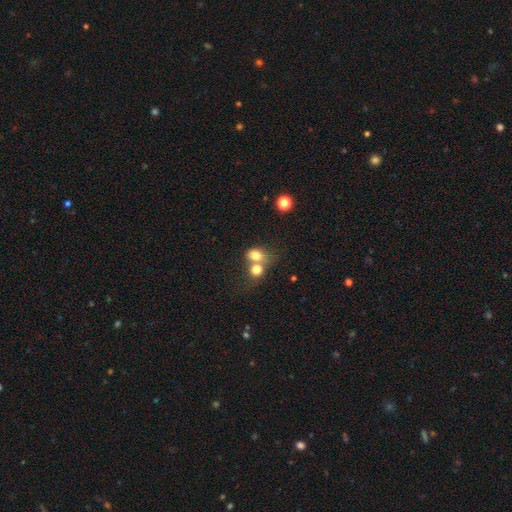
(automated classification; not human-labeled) This appears to be a smooth galaxy with no disk features (77%) that is round (50%). Merging: merger (60%).